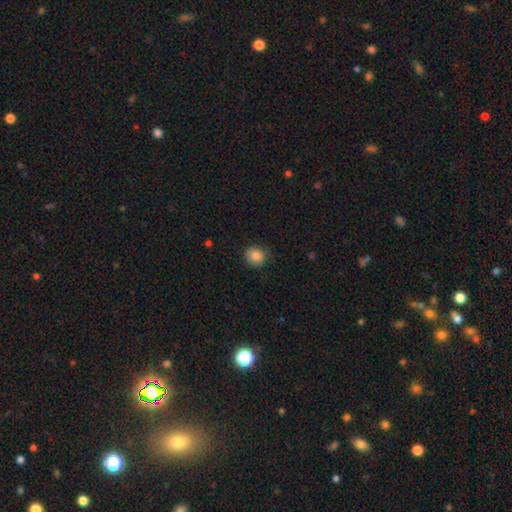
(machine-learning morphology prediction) A smooth galaxy with no disk features (85%) that is round (82%). Merging: none (79%).